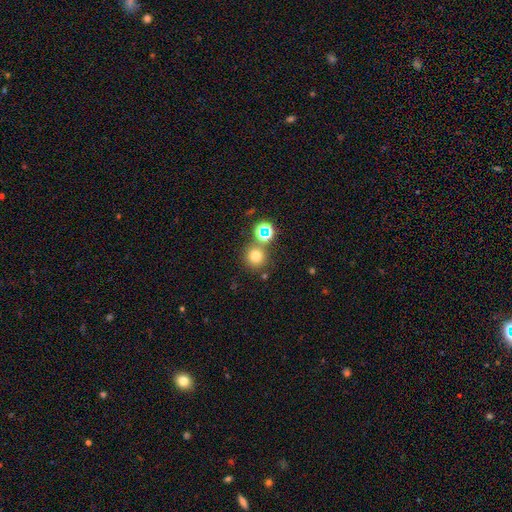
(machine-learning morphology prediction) Smooth or featured? smooth (72%)
How rounded? round (91%)
Merging? none (74%)